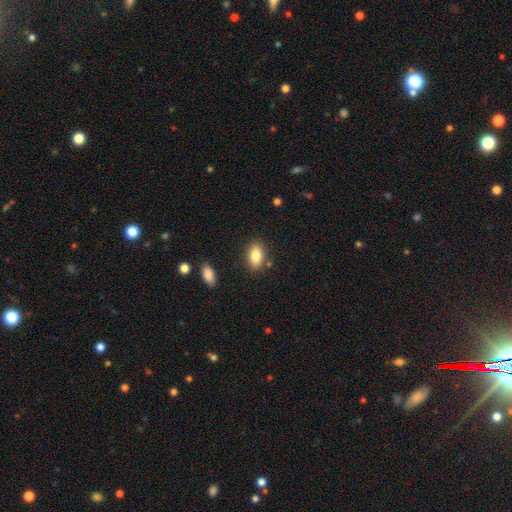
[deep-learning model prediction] Smooth or featured: smooth — 82% (featured or disk — 10%)
How rounded: in between — 88% (round — 8%)
Merging: none — 83% (minor disturbance — 11%)